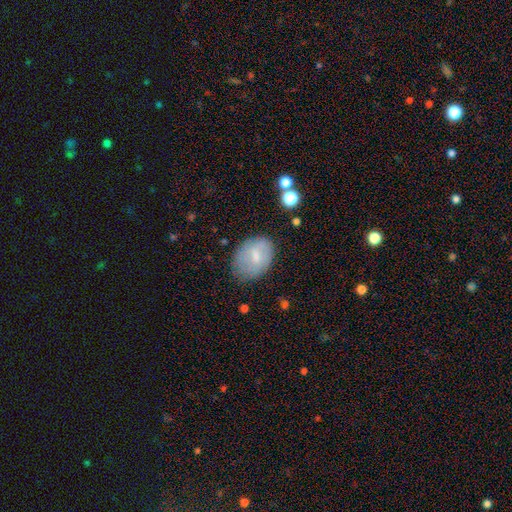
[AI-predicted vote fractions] A smooth galaxy with no disk features (65%) that is in between round and cigar-shaped (76%). Merging: none (71%).